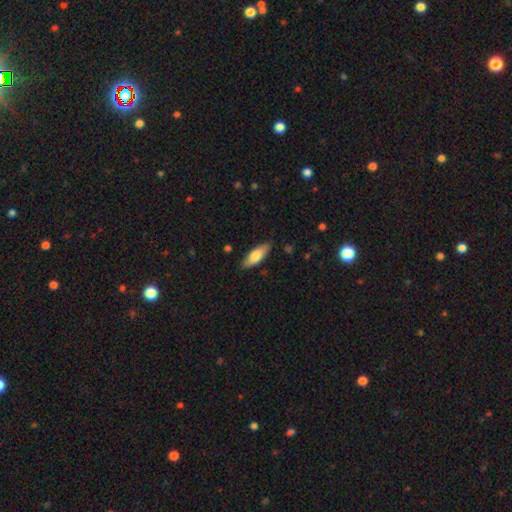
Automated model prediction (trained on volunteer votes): smooth 72%, featured or disk 23%, star or artifact 6%. Down the decision tree: how rounded — in between (63%); merging — none (85%).